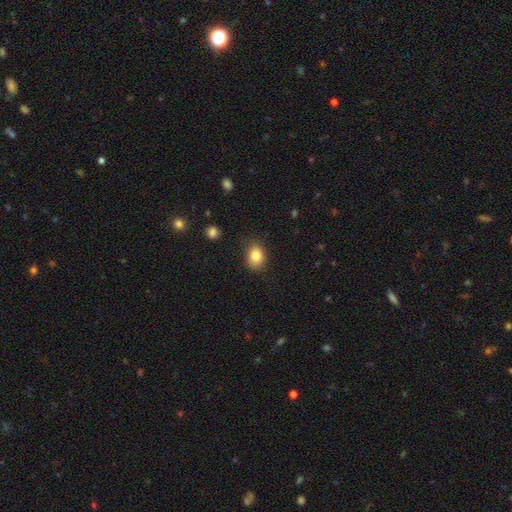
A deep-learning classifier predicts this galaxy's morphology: smooth_or_featured: smooth (p=0.84) [alt: star or artifact p=0.10]
how_rounded: in between (p=0.65) [alt: round p=0.34]
merging: none (p=0.81) [alt: minor disturbance p=0.14]